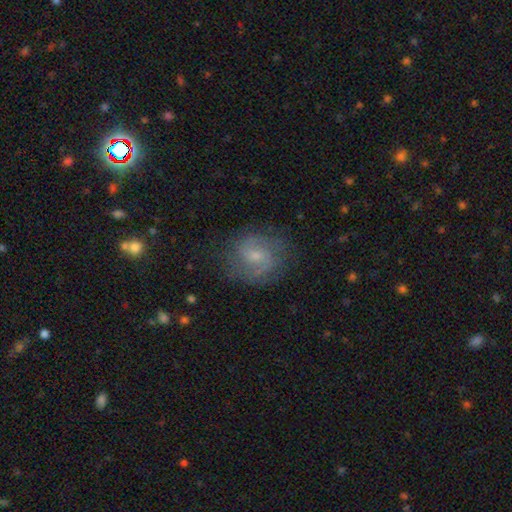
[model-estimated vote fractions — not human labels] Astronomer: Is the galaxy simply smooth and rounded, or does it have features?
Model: featured or disk — 62%.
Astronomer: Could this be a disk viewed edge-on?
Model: no — 97%.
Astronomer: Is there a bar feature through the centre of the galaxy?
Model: weak — 48% (runner-up: no, 42%).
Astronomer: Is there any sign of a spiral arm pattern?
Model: yes — 87%.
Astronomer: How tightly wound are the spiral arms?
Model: medium — 48% (runner-up: tight, 29%).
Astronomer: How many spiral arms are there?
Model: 2 — 77%.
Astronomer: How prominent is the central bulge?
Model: small — 59%.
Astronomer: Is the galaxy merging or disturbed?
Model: none — 74%.